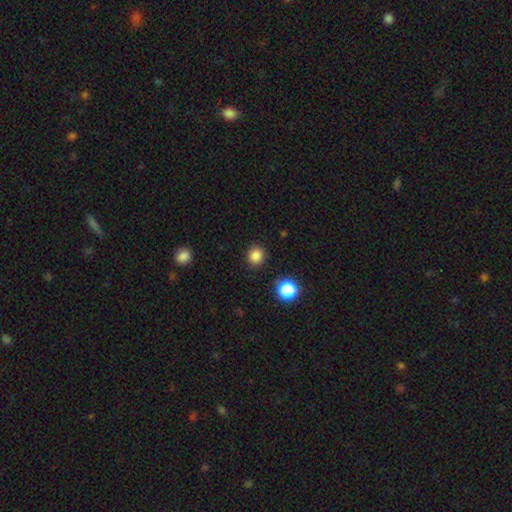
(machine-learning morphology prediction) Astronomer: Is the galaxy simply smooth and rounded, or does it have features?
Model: smooth — 84%.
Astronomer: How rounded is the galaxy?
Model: round — 86%.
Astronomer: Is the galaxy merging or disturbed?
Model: none — 90%.